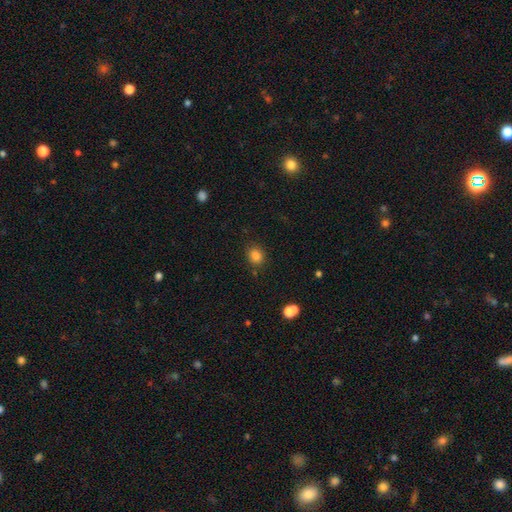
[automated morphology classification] Smooth or featured: smooth — 83% (star or artifact — 12%)
How rounded: round — 65% (in between — 34%)
Merging: none — 83% (minor disturbance — 11%)